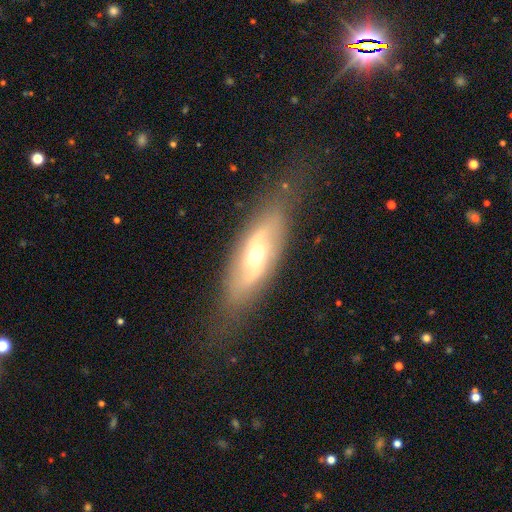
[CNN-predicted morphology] type=featured or disk (65%); edge-on=no (79%); bar=no (48%); spiral arms=yes (71%); bulge=moderate (63%); merging=none (70%).